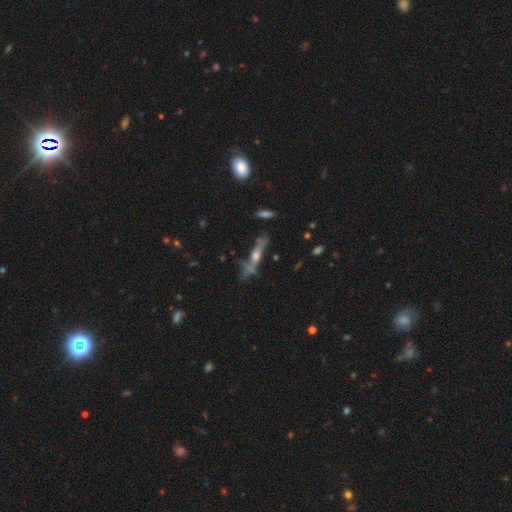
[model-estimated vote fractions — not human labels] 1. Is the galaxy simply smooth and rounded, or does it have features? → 58% featured or disk, 27% smooth, 15% star or artifact.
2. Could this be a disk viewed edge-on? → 71% yes, 29% no.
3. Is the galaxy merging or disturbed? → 52% none, 20% minor disturbance, 17% major disturbance, 12% merger.